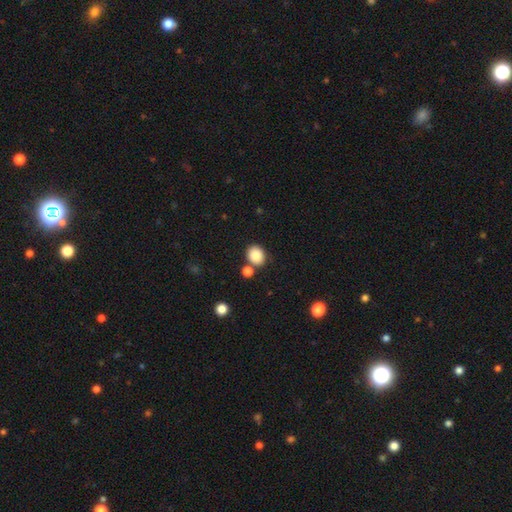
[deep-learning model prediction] A smooth galaxy with no disk features (85%) that is round (58%). Merging: none (73%).